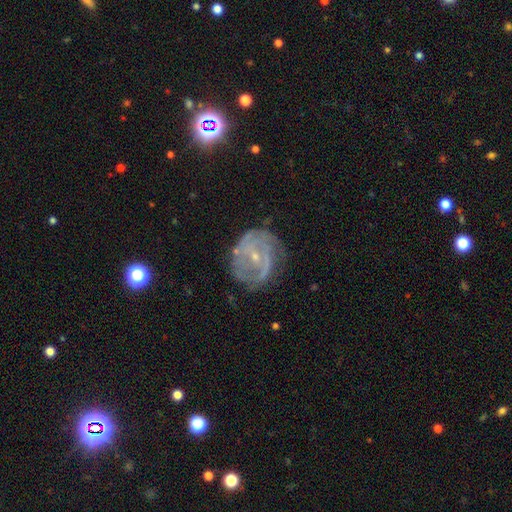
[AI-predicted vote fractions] A featured or disk galaxy (78%) with no bar (44%), tight (48%) spiral arms (85%) and a small central bulge (78%). Merging: none (63%).